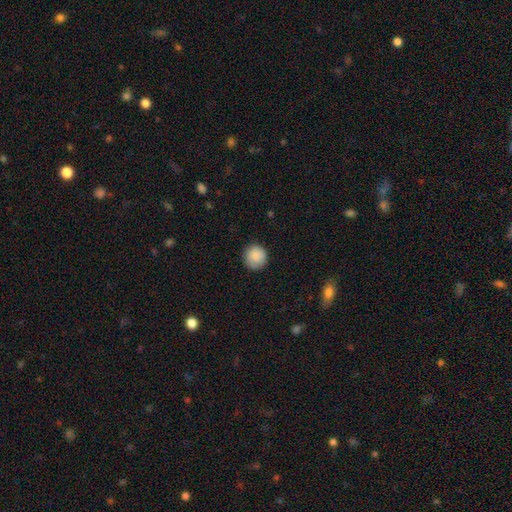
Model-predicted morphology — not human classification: This is clearly a smooth galaxy (88%). How rounded: clearly round (92%). Merging: clearly none (87%).